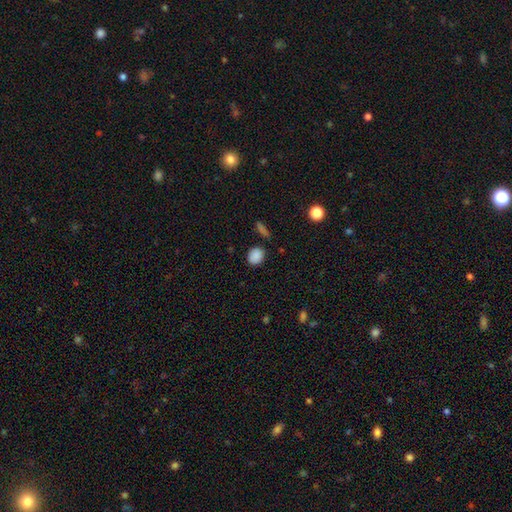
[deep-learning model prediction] smooth_or_featured: smooth (p=0.87) [alt: star or artifact p=0.09]
how_rounded: round (p=0.51) [alt: in between p=0.47]
merging: none (p=0.83) [alt: minor disturbance p=0.11]